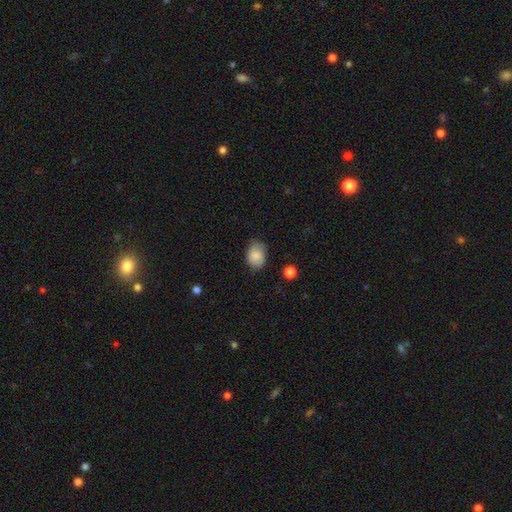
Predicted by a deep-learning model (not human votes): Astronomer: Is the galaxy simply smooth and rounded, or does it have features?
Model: smooth — 83%.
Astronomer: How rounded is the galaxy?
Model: in between — 71%.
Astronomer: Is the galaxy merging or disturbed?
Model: none — 70%.